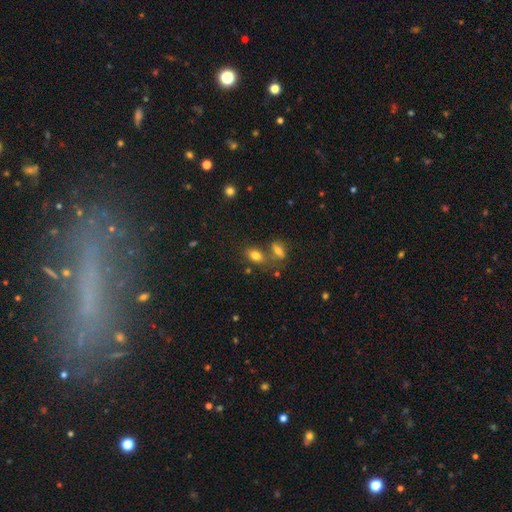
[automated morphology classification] Q: Smooth or featured?
A: smooth (78%); runner-up: star or artifact (11%)
Q: How rounded?
A: in between (81%); runner-up: round (15%)
Q: Merging?
A: none (54%); runner-up: merger (29%)